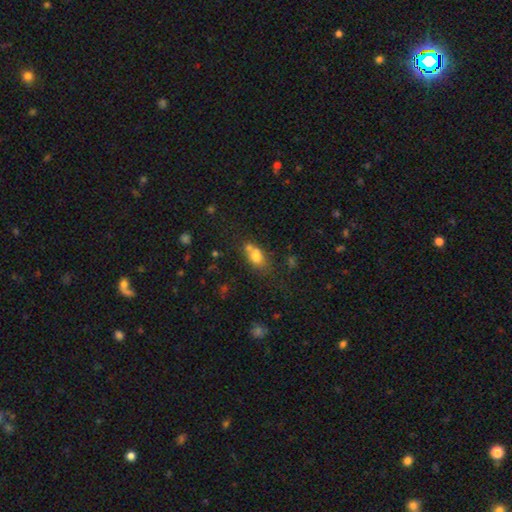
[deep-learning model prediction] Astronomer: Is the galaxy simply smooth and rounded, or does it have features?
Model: smooth — 73%.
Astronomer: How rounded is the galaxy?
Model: in between — 73%.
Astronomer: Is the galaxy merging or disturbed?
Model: none — 40% (runner-up: merger, 36%).